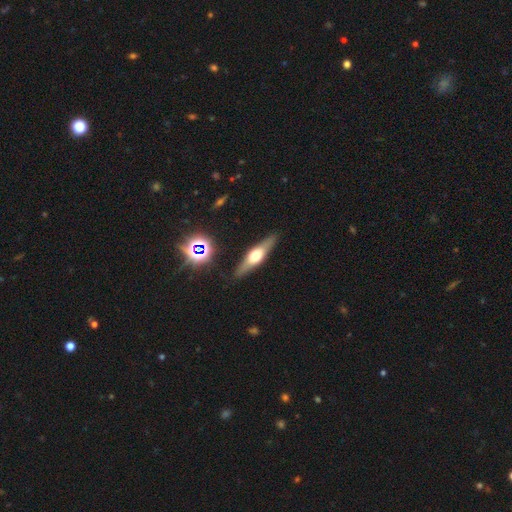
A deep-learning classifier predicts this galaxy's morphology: Overall: featured or disk (60%; smooth 32%). Edge-on disk: yes (92%). Edge-on bulge: rounded (92%). Merging: none (88%).